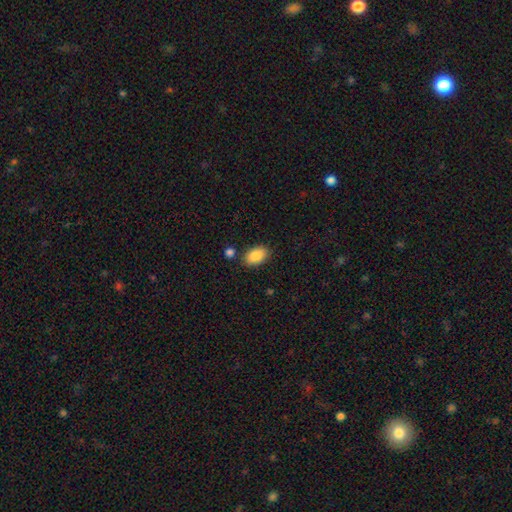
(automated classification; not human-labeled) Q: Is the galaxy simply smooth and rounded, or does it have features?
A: smooth — 88%.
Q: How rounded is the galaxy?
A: in between — 92%.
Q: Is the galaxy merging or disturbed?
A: none — 81%.